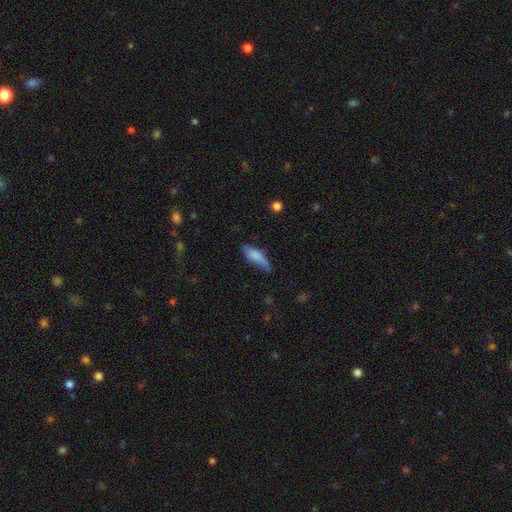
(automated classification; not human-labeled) A smooth galaxy with no disk features (75%) that is in between round and cigar-shaped (56%). Merging: none (48%).